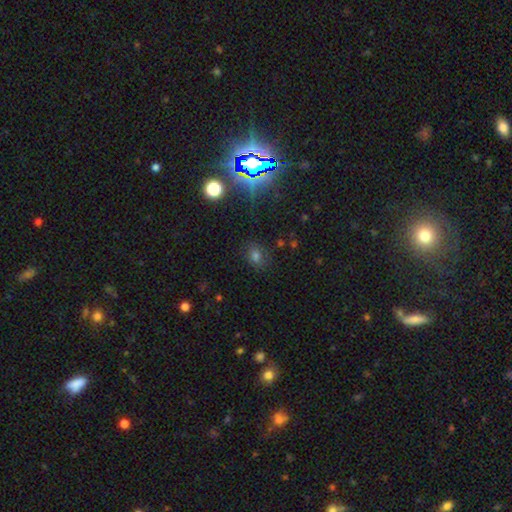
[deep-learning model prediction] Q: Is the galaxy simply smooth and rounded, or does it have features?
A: smooth — 58%.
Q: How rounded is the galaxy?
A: round — 50%.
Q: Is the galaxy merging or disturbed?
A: none — 80%.